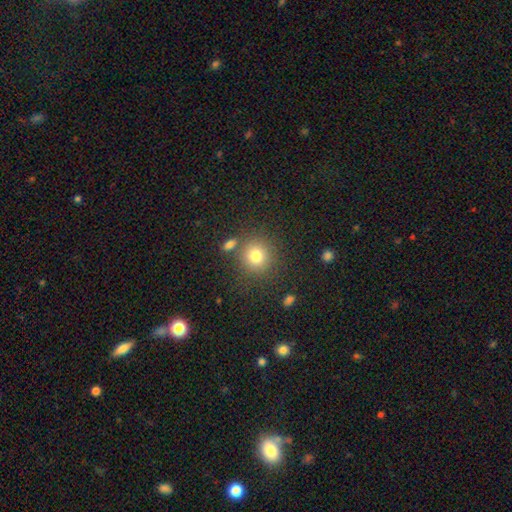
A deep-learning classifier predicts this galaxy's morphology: Smooth or featured: smooth — 79% (star or artifact — 12%)
How rounded: round — 89% (in between — 10%)
Merging: none — 79% (minor disturbance — 9%)